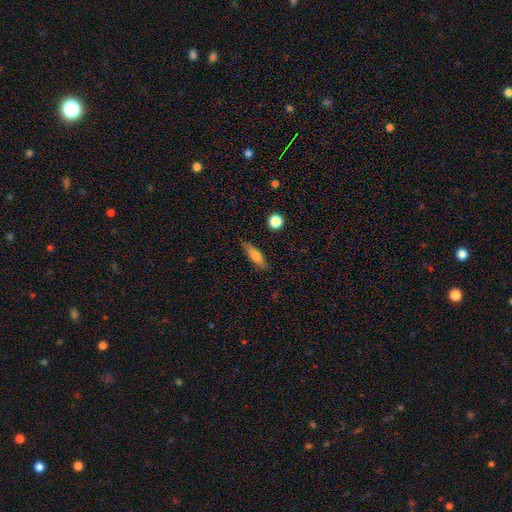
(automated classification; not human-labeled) smooth-or-featured: smooth: 72% | featured or disk: 20% | star or artifact: 8%
  how-rounded: cigar-shaped: 50% | in between: 47% | round: 3%
  merging: none: 79% | minor disturbance: 16% | major disturbance: 3% | merger: 2%